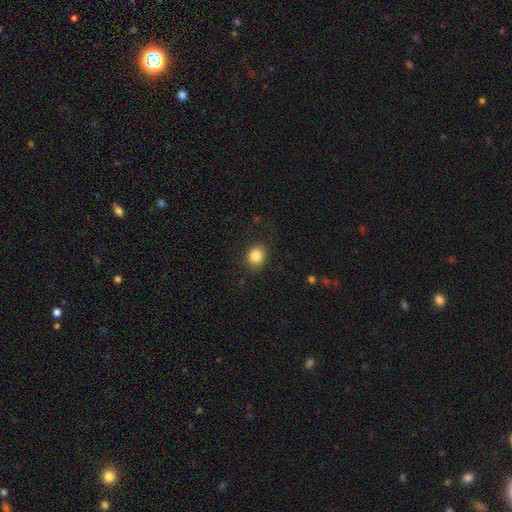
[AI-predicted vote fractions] smooth-or-featured: smooth: 85% | star or artifact: 10% | featured or disk: 5%
  how-rounded: round: 65% | in between: 34% | cigar-shaped: 1%
  merging: none: 84% | minor disturbance: 11% | major disturbance: 4% | merger: 1%